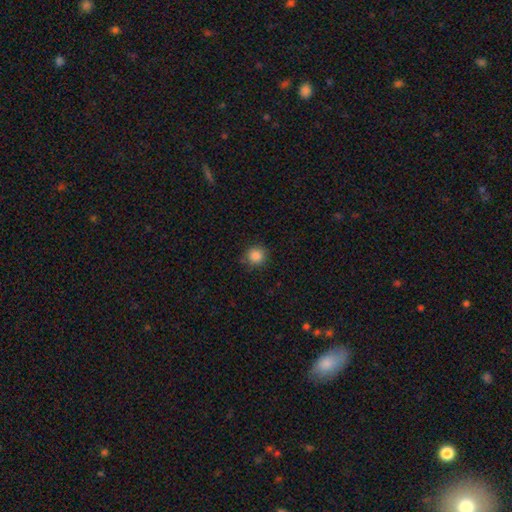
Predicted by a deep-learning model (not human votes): Q: Smooth or featured?
A: smooth (86%); runner-up: star or artifact (11%)
Q: How rounded?
A: round (93%); runner-up: in between (6%)
Q: Merging?
A: none (85%); runner-up: minor disturbance (11%)